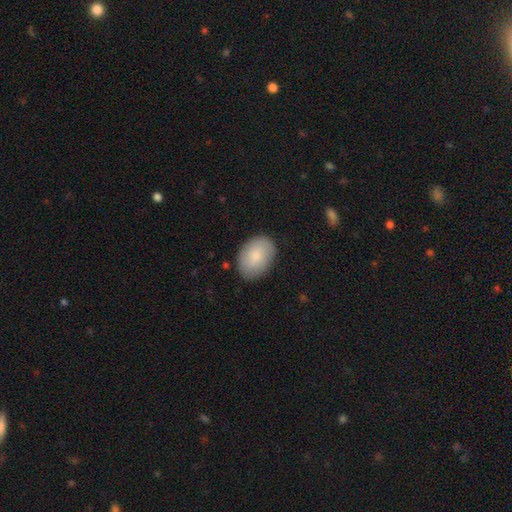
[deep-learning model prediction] Smooth or featured? smooth (82%)
How rounded? in between (83%)
Merging? none (84%)